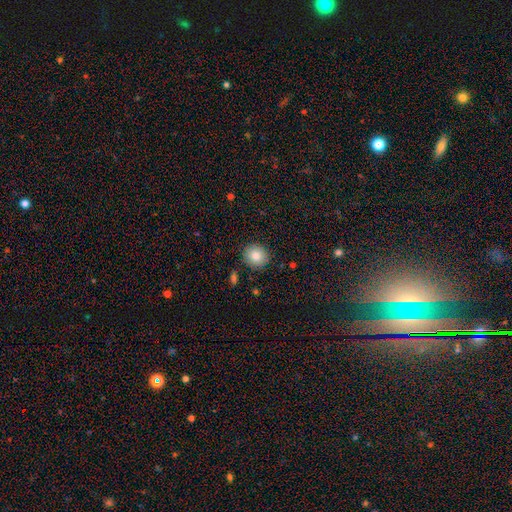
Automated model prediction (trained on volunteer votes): smooth_or_featured: smooth (p=0.84) [alt: star or artifact p=0.09]
how_rounded: round (p=0.85) [alt: in between p=0.14]
merging: none (p=0.89) [alt: minor disturbance p=0.08]